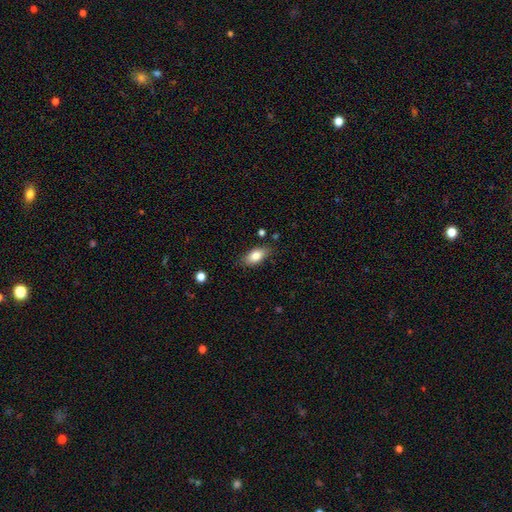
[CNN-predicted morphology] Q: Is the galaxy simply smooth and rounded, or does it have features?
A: smooth — 80%.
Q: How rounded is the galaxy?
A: in between — 88%.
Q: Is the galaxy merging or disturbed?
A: none — 81%.